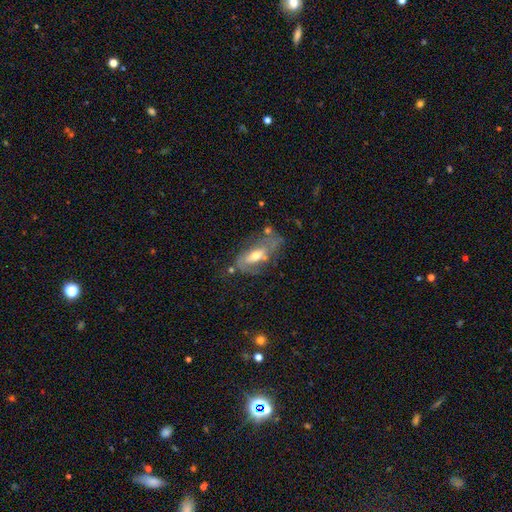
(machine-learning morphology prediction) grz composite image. It shows a featured or disk galaxy (58%). Merging: none (45%).